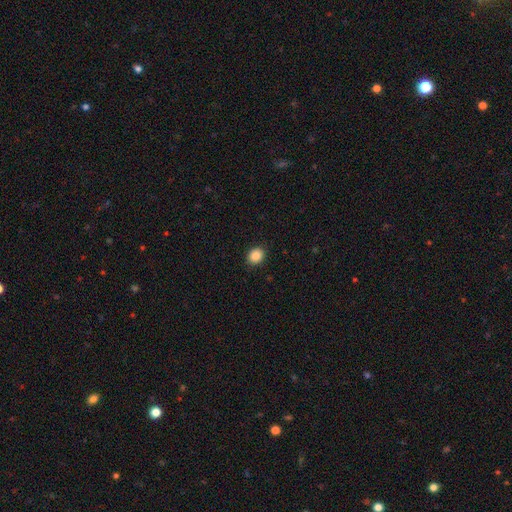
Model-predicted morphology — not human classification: This appears to be a smooth galaxy with no disk features (88%) that is round (59%). Merging: none (90%).